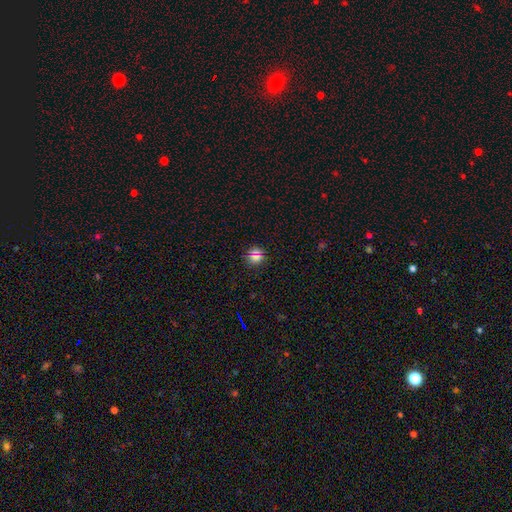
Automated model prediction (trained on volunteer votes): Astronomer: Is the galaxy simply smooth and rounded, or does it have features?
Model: smooth — 66%.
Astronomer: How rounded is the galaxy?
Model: round — 90%.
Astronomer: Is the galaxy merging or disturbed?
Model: none — 88%.